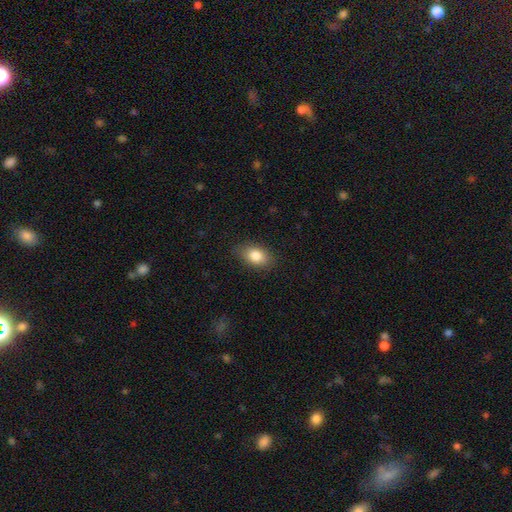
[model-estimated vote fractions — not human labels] Morphology: type=smooth (84%); roundness=in between (85%); merging=none (84%).